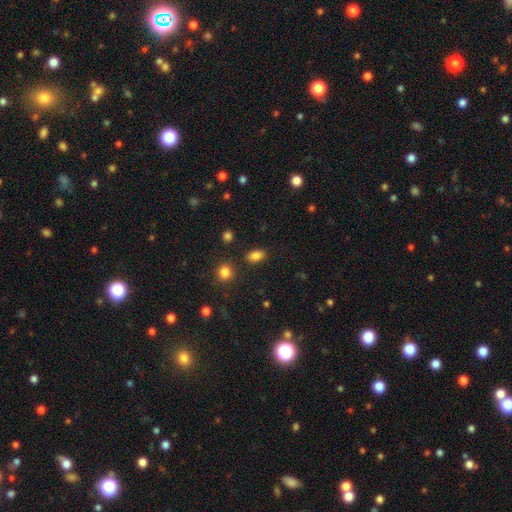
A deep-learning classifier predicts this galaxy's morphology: The model was most divided on "smooth or featured": smooth: 84%, star or artifact: 11%, featured or disk: 5%. More confident: how rounded — in between (87%); merging — none (84%).